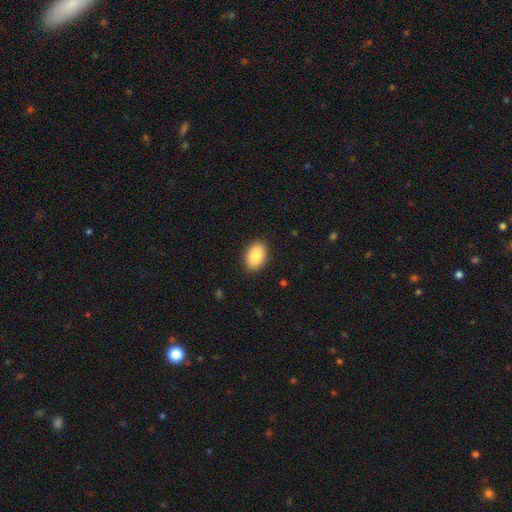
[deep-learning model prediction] Smooth or featured: smooth — 86% (featured or disk — 7%)
How rounded: in between — 88% (round — 11%)
Merging: none — 89% (minor disturbance — 8%)